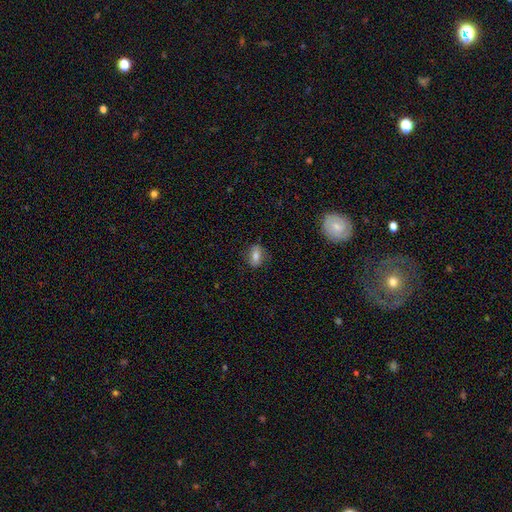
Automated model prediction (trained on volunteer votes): Smooth or featured: smooth — 72% (featured or disk — 18%)
How rounded: in between — 73% (round — 22%)
Merging: none — 80% (minor disturbance — 15%)